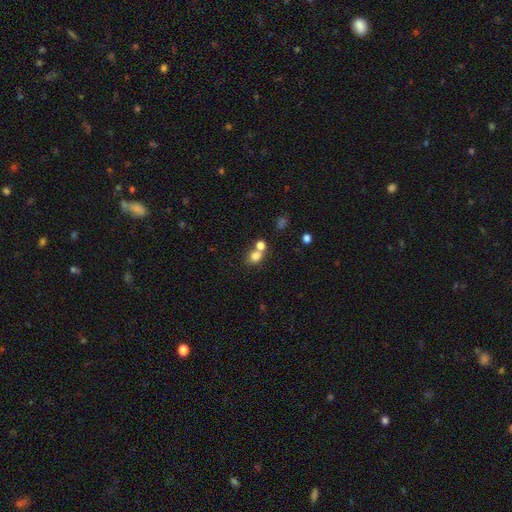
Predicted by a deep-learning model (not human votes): smooth 77%, star or artifact 13%, featured or disk 10%. Down the decision tree: how rounded — round (56%); merging — merger (48%).